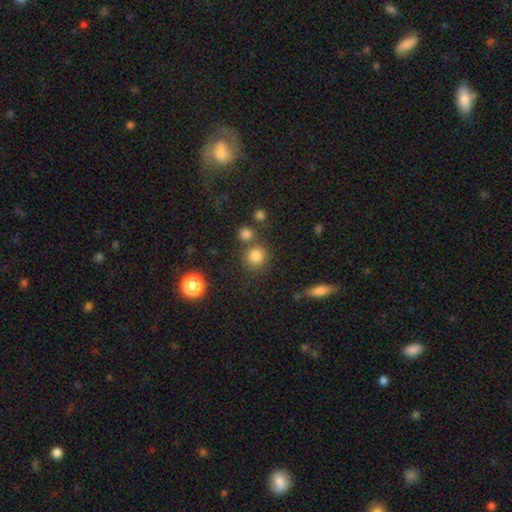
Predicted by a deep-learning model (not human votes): This is clearly a smooth galaxy (81%). How rounded: clearly round (89%). Merging: likely none (72%).